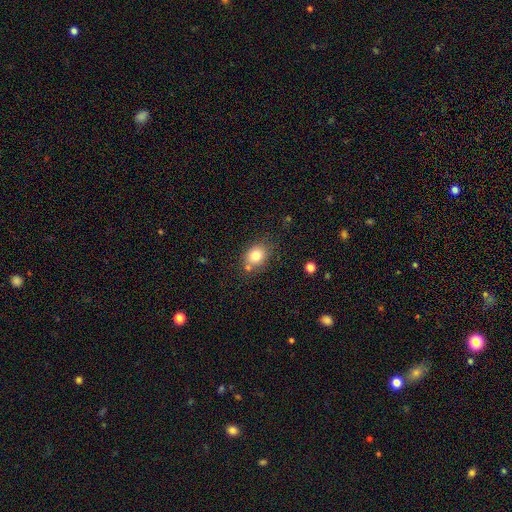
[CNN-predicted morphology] The model was most divided on "how rounded": round: 50%, in between: 49%, cigar-shaped: 1%. More confident: smooth or featured — smooth (79%); merging — none (69%).